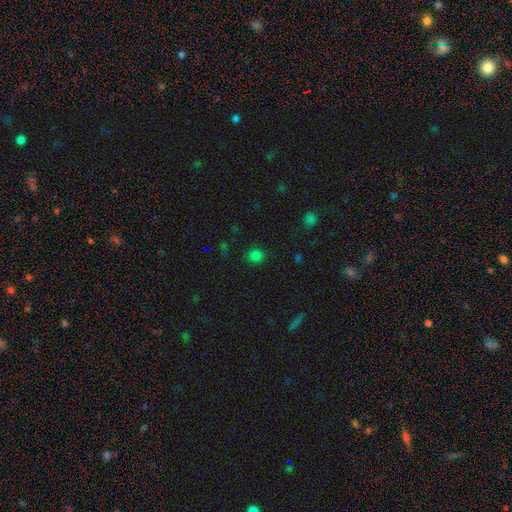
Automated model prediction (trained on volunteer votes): smooth 77%, star or artifact 19%, featured or disk 4%. Down the decision tree: how rounded — round (88%); merging — none (85%).